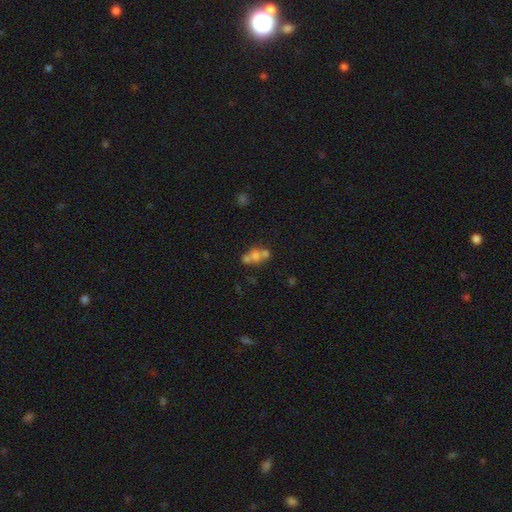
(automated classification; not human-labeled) The model was most divided on "how rounded": round: 58%, in between: 40%, cigar-shaped: 2%. More confident: smooth or featured — smooth (59%); merging — merger (54%).